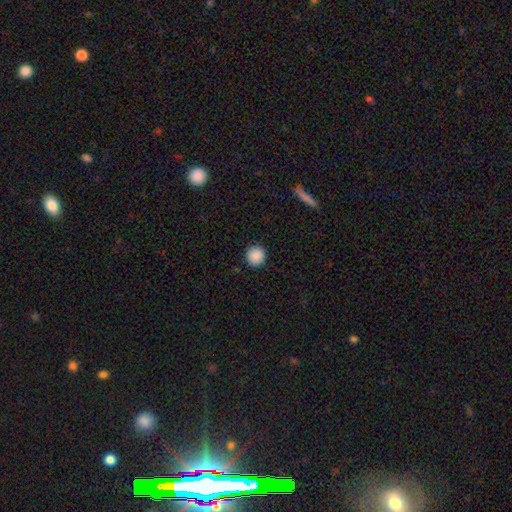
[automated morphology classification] Overall: smooth (89%). How rounded: round (95%). Merging: none (92%).